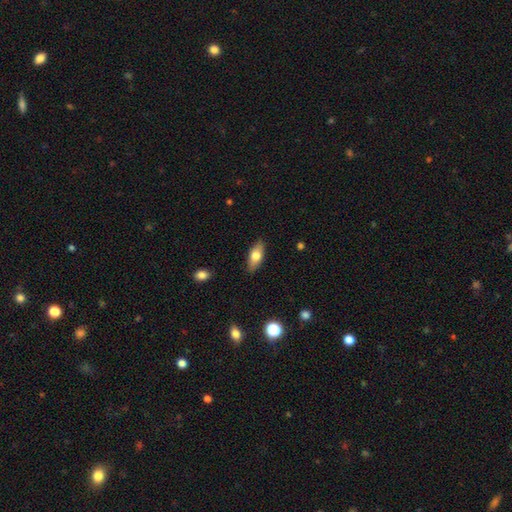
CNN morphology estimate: Smooth or featured: smooth — 71% (featured or disk — 22%)
How rounded: in between — 81% (cigar-shaped — 15%)
Merging: none — 87% (minor disturbance — 10%)